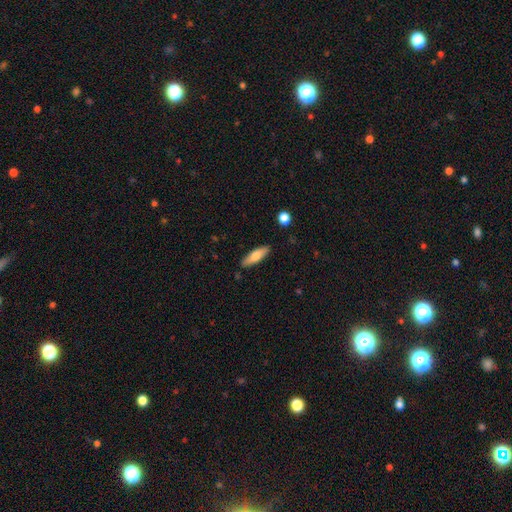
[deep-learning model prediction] Smooth or featured?
  - smooth: 72% *
  - featured or disk: 22%
  - star or artifact: 6%
How rounded?
  - cigar-shaped: 54% *
  - in between: 44%
  - round: 2%
Merging?
  - none: 86% *
  - minor disturbance: 10%
  - major disturbance: 2%
  - merger: 2%